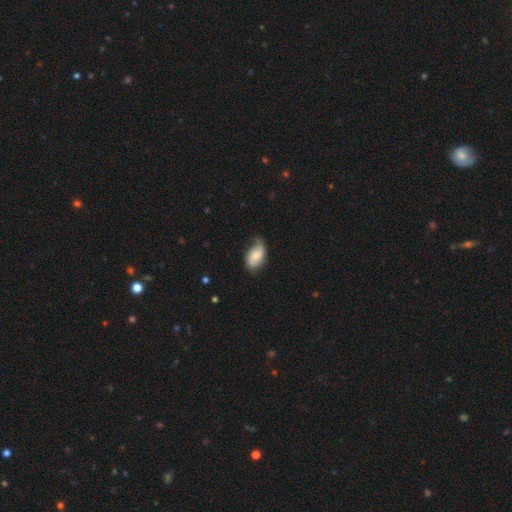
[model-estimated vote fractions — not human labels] Overall: smooth (59%; featured or disk 34%). How rounded: in between (91%). Merging: none (48%; minor disturbance 38%).